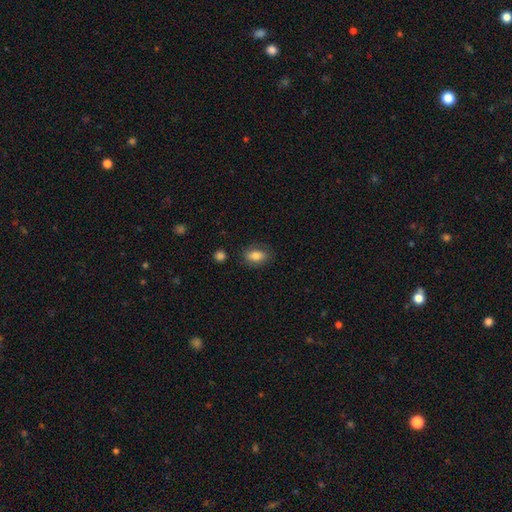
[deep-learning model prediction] Smooth or featured: smooth — 81% (featured or disk — 11%)
How rounded: in between — 84% (round — 12%)
Merging: none — 81% (minor disturbance — 13%)